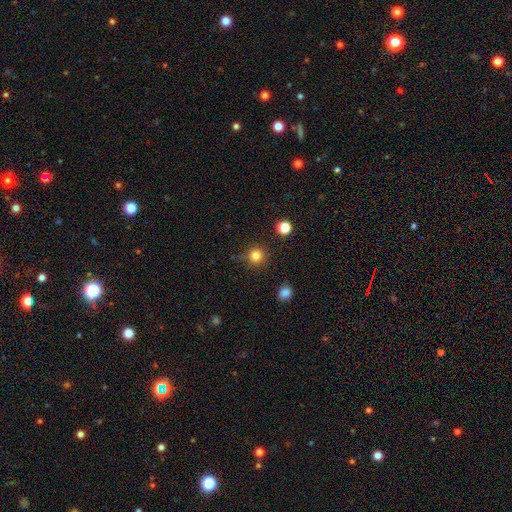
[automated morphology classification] Smooth or featured?
  - smooth: 82% *
  - star or artifact: 13%
  - featured or disk: 5%
How rounded?
  - round: 94% *
  - in between: 5%
  - cigar-shaped: 1%
Merging?
  - none: 83% *
  - minor disturbance: 11%
  - major disturbance: 3%
  - merger: 3%